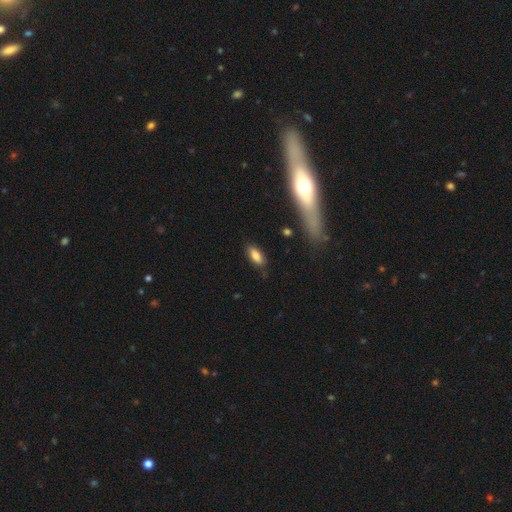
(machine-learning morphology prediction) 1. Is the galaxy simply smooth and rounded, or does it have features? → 81% smooth, 11% featured or disk, 8% star or artifact.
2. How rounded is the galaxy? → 84% in between, 13% cigar-shaped, 3% round.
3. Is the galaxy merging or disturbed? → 80% none, 15% minor disturbance, 3% major disturbance, 2% merger.